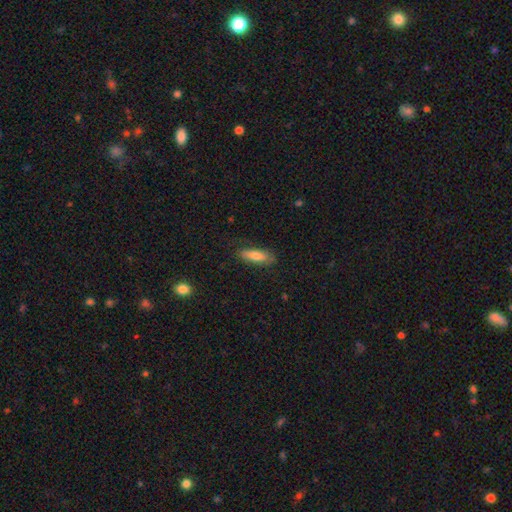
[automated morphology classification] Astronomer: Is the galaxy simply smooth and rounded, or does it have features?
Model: smooth — 73%.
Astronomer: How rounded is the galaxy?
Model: cigar-shaped — 50% (runner-up: in between, 48%).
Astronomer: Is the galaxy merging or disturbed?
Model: none — 80%.